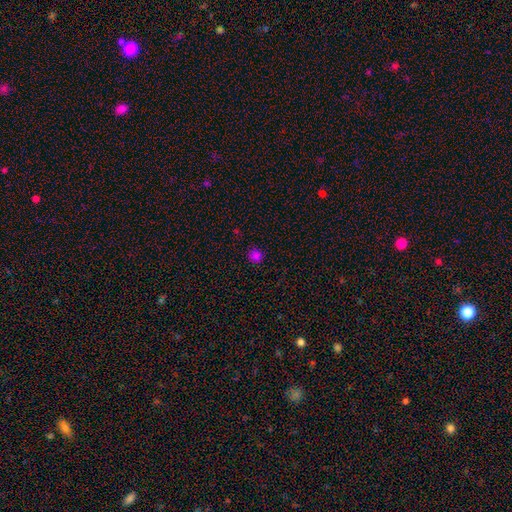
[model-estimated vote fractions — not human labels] The model was most divided on "smooth or featured": smooth: 80%, star or artifact: 17%, featured or disk: 3%. More confident: how rounded — round (90%); merging — none (89%).